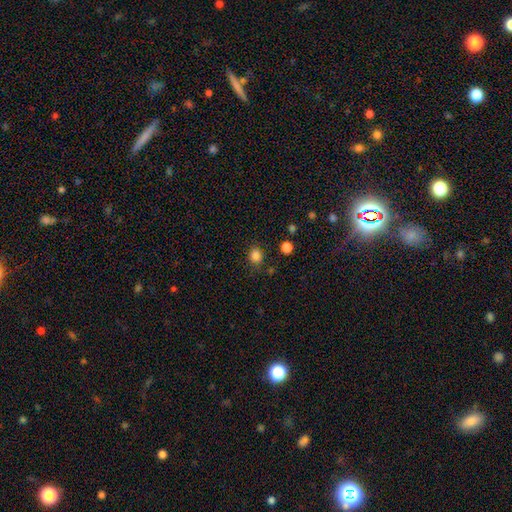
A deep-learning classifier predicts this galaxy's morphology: smooth 84%, star or artifact 12%, featured or disk 4%. Down the decision tree: how rounded — round (73%); merging — none (83%).